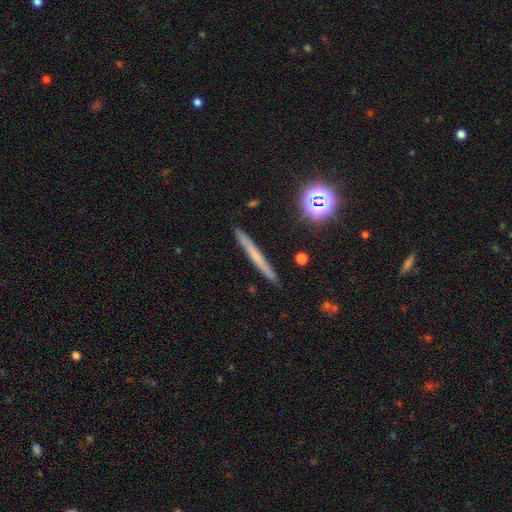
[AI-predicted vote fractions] Smooth or featured? Predicted: smooth (p=0.47). Merging? Predicted: none (p=0.90).